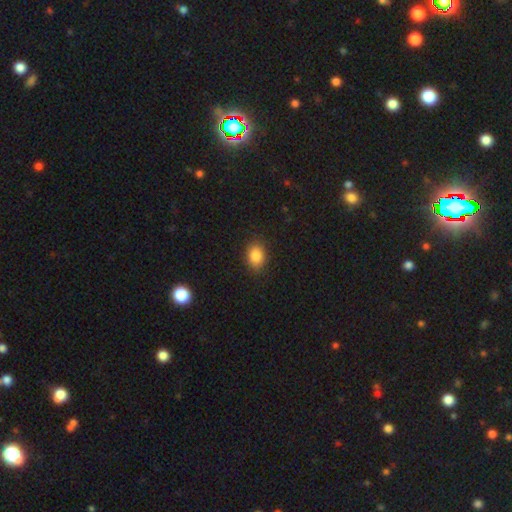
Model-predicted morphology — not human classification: The model was most divided on "how rounded": in between: 70%, round: 29%, cigar-shaped: 1%. More confident: smooth or featured — smooth (87%); merging — none (86%).